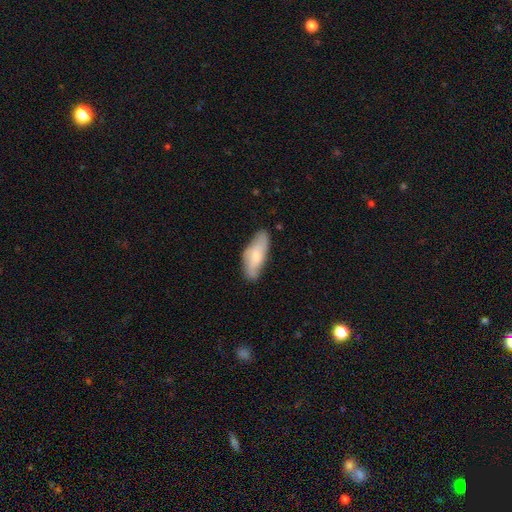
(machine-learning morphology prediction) This is likely a smooth galaxy (63%). How rounded: likely in between (77%). Merging: likely none (68%).